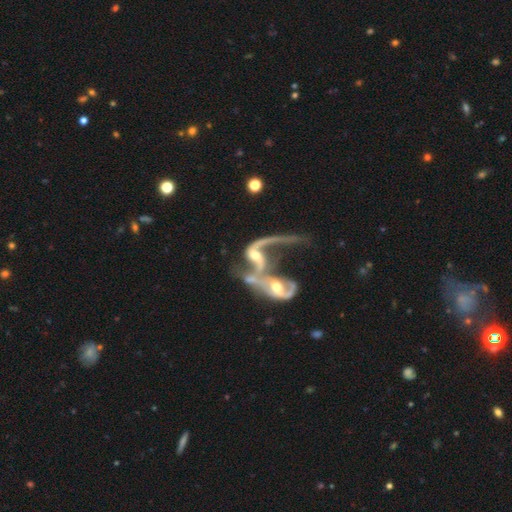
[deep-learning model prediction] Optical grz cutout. It shows a featured or disk galaxy (83%) with no bar (42%), 2 (66%) loose (75%) spiral arms (88%) and a moderate central bulge (54%). Merging: merger (76%).